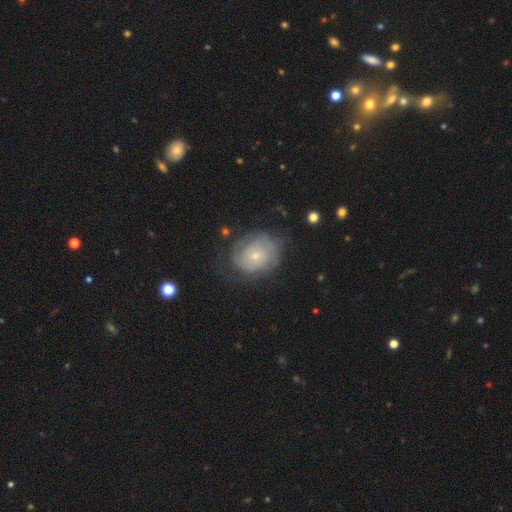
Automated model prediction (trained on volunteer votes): A featured or disk galaxy (63%) with no bar (82%), spiral arms (76%) and a small central bulge (70%).

Vote fractions:
- Smooth or featured? featured or disk: 63% / smooth: 30% / star or artifact: 7%
- Edge-on disk? no: 97% / yes: 3%
- Bar? no: 82% / weak: 15% / strong: 2%
- Spiral arms? yes: 76% / no: 24%
- Bulge size? small: 70% / moderate: 26% / none: 2% / large: 2% / dominant: 1%
- Merging? none: 63% / minor disturbance: 23% / major disturbance: 12% / merger: 2%